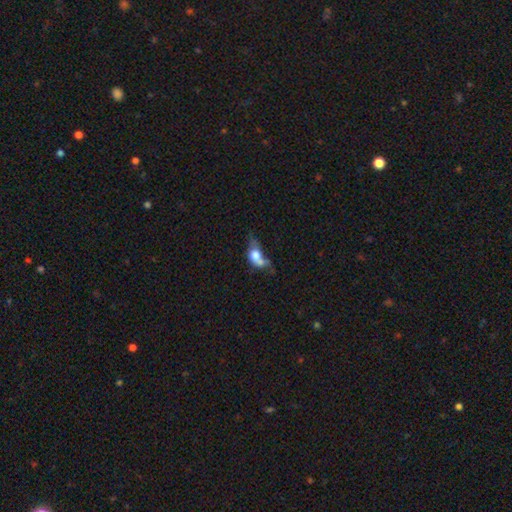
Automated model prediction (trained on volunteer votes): smooth_or_featured: smooth (p=0.63) [alt: featured or disk p=0.27]
how_rounded: in between (p=0.67) [alt: round p=0.27]
merging: merger (p=0.41) [alt: major disturbance p=0.26]